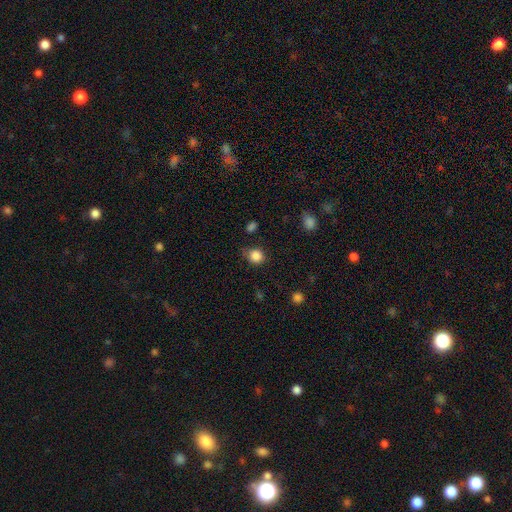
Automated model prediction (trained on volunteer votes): This is clearly a smooth galaxy (85%). How rounded: likely round (74%). Merging: likely none (67%).